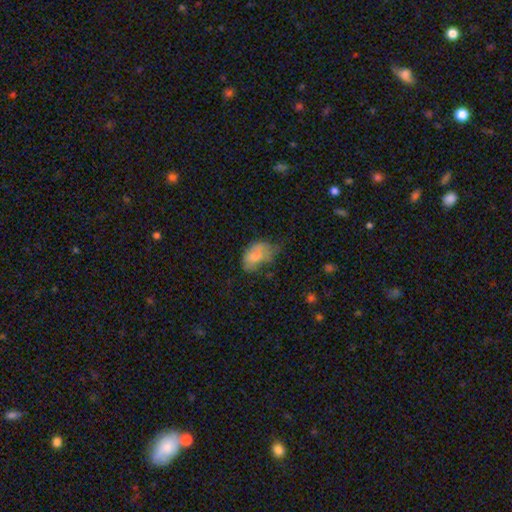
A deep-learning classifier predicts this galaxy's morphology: Smooth or featured? smooth (69%)
How rounded? in between (85%)
Merging? minor disturbance (36%)